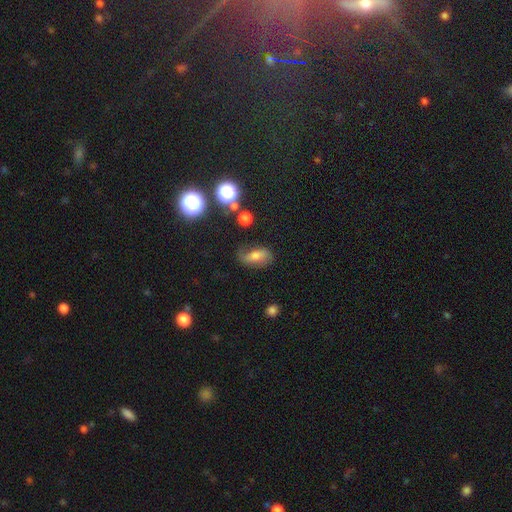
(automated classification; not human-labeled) This is marginally a featured or disk galaxy (43%). Merging: possibly none (57%).